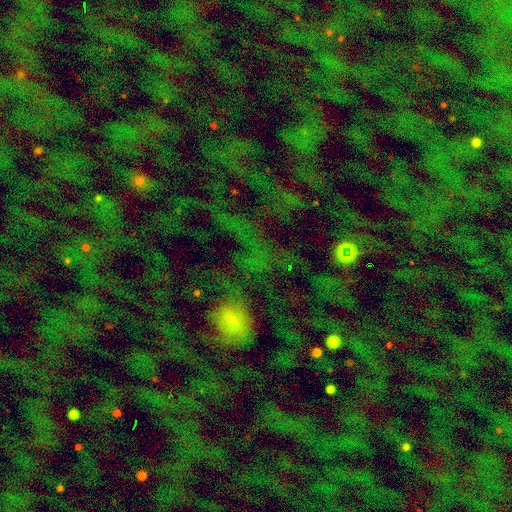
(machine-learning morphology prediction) Smooth or featured? Predicted: star or artifact (p=0.63).